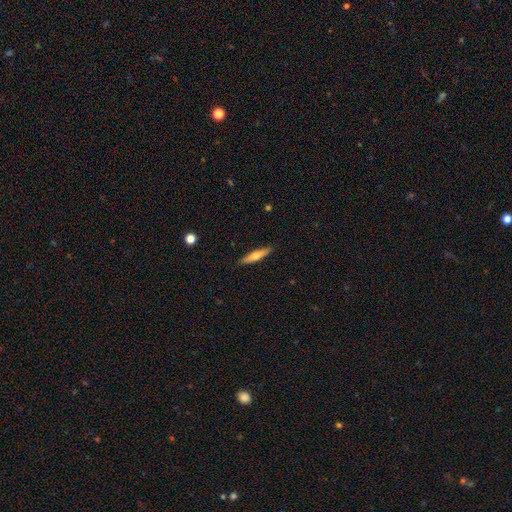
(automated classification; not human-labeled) smooth_or_featured: smooth (p=0.55) [alt: featured or disk p=0.39]
how_rounded: cigar-shaped (p=0.85) [alt: in between p=0.14]
merging: none (p=0.89) [alt: minor disturbance p=0.08]